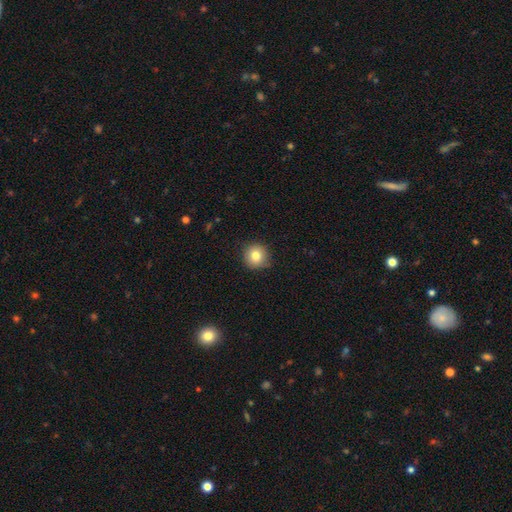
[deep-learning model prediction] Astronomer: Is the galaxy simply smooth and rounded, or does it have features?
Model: smooth — 81%.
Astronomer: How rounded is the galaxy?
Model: round — 94%.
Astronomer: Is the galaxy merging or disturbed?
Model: none — 85%.